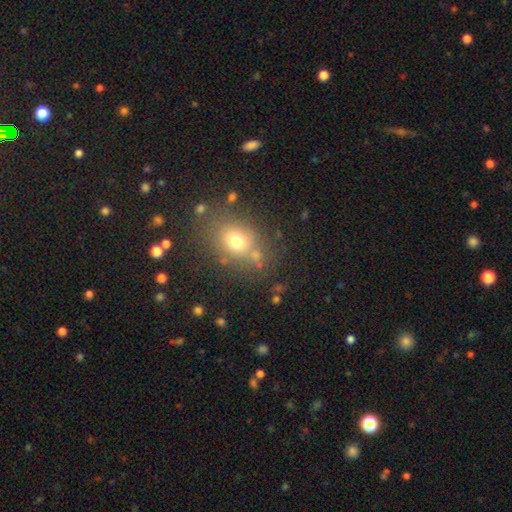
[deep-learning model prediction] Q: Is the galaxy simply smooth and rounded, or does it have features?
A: smooth — 69%.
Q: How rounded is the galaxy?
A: round — 54%.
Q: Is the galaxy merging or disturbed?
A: none — 71%.